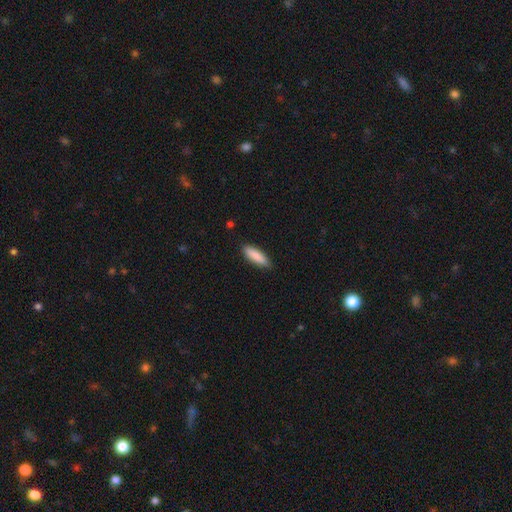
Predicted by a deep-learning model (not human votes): This appears to be a smooth galaxy with no disk features (87%) that is cigar-shaped (60%). Merging: none (86%).